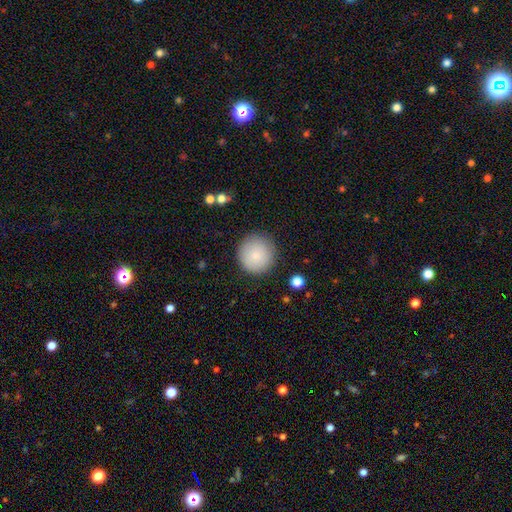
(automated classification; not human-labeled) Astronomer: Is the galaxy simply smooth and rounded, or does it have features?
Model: smooth — 85%.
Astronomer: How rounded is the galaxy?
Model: round — 95%.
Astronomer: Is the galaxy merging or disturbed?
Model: none — 87%.